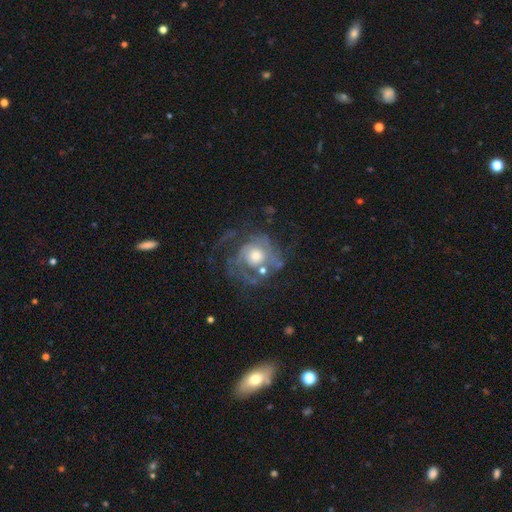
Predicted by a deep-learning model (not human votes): featured or disk 77%, smooth 16%, star or artifact 7%. Down the decision tree: edge-on disk — no (98%); bar — no (80%); spiral arms — yes (82%); spiral arm count — can't tell (36%); spiral winding — tight (44%); bulge size — moderate (60%); merging — none (47%).